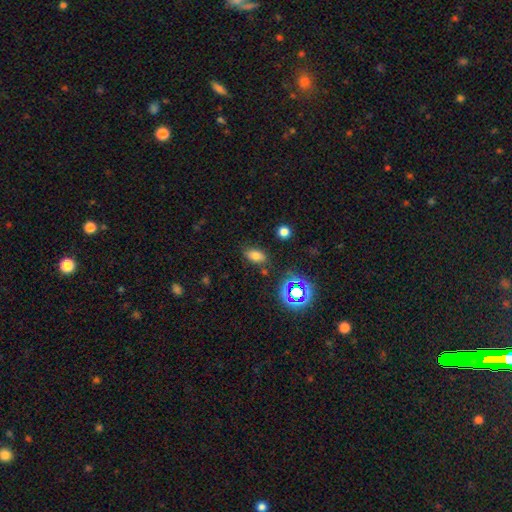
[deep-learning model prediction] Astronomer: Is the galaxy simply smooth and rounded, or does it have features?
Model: smooth — 70%.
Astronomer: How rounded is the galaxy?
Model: in between — 87%.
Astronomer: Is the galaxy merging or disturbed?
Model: none — 78%.